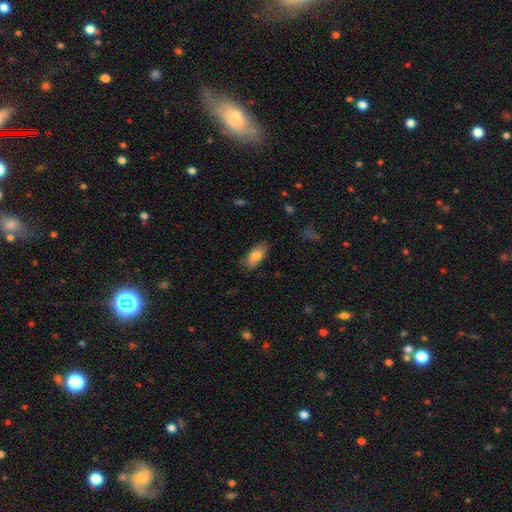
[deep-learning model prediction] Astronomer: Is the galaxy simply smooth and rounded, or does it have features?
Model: smooth — 81%.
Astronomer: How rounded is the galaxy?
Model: in between — 89%.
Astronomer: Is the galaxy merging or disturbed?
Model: none — 77%.